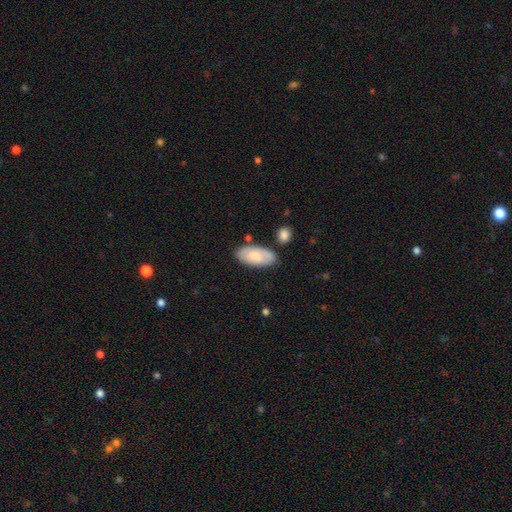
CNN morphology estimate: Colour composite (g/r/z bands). It shows a smooth galaxy with no disk features (68%) that is in between round and cigar-shaped (93%). Merging: none (73%).